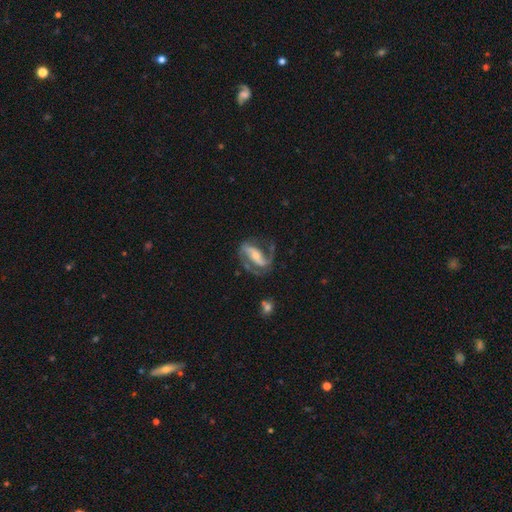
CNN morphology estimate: Smooth or featured? featured or disk (87%)
Edge-on disk? no (95%)
Bar? strong (57%)
Spiral arms? yes (95%)
Spiral winding? medium (48%)
Spiral arm count? 2 (88%)
Bulge size? small (52%)
Merging? none (65%)